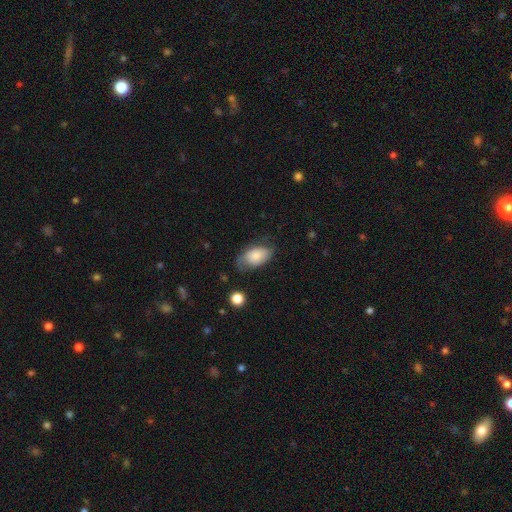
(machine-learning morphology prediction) Overall: smooth (77%). How rounded: in between (92%). Merging: none (55%; minor disturbance 31%).